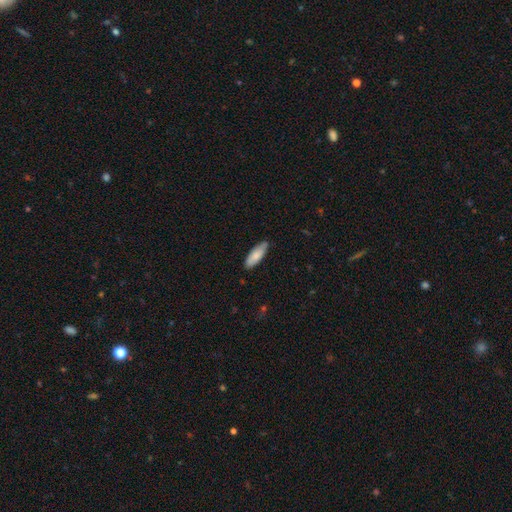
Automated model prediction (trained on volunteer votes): This appears to be a smooth galaxy with no disk features (82%) that is in between round and cigar-shaped (60%). Merging: none (81%).